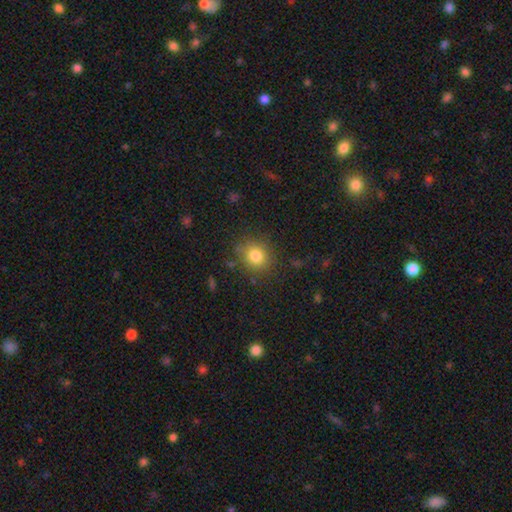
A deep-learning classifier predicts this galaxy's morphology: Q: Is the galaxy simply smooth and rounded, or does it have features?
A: smooth — 80%.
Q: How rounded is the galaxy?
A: round — 78%.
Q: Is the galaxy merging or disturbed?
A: none — 83%.